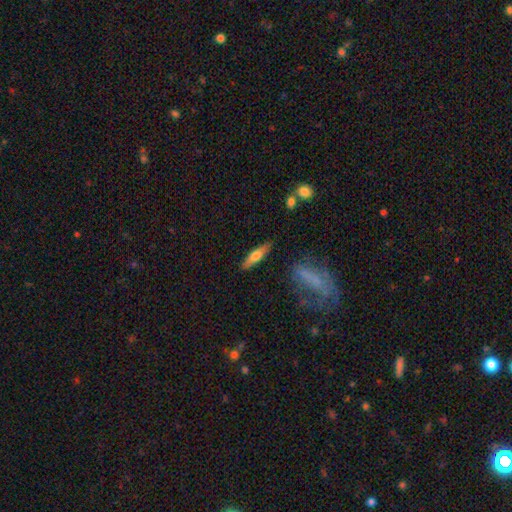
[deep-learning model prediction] smooth-or-featured: smooth: 61% | featured or disk: 33% | star or artifact: 6%
  how-rounded: cigar-shaped: 68% | in between: 29% | round: 2%
  merging: none: 86% | minor disturbance: 10% | major disturbance: 2% | merger: 2%